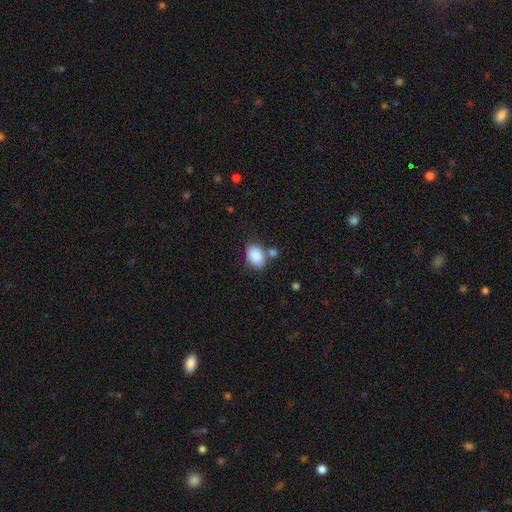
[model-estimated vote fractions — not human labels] smooth-or-featured: smooth: 88% | star or artifact: 7% | featured or disk: 5%
  how-rounded: in between: 78% | round: 21% | cigar-shaped: 1%
  merging: none: 65% | merger: 16% | minor disturbance: 14% | major disturbance: 4%